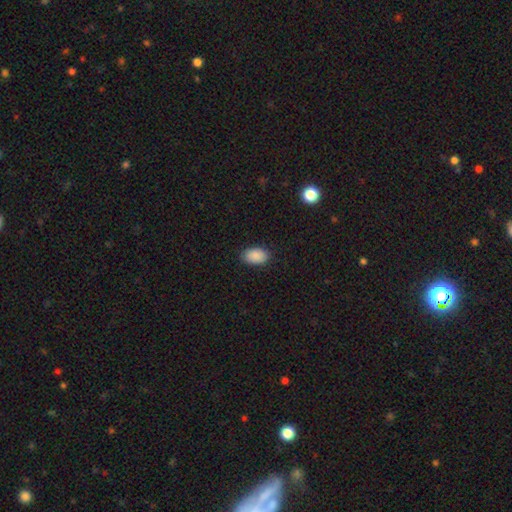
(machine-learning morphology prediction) smooth_or_featured: smooth (p=0.89) [alt: star or artifact p=0.07]
how_rounded: in between (p=0.92) [alt: round p=0.07]
merging: none (p=0.87) [alt: minor disturbance p=0.10]